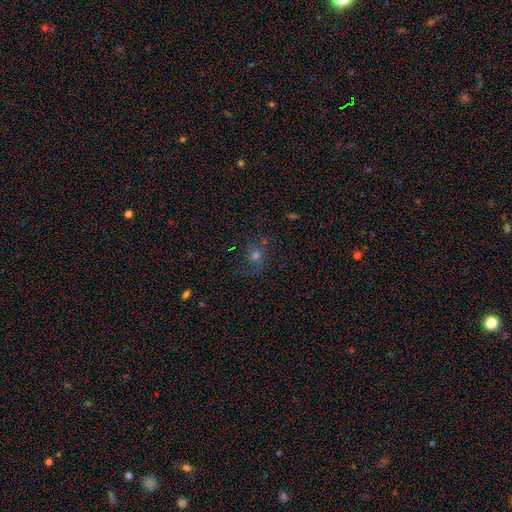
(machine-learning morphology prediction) smooth_or_featured: smooth (p=0.41) [alt: featured or disk p=0.31]
merging: none (p=0.61) [alt: minor disturbance p=0.19]